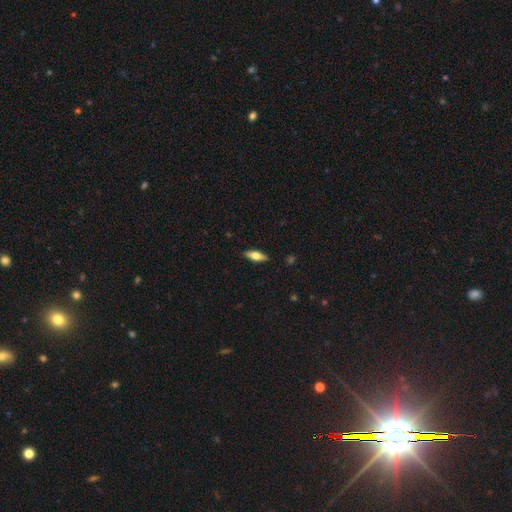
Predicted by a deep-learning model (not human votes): The model was most divided on "smooth or featured": smooth: 60%, featured or disk: 34%, star or artifact: 6%. More confident: merging — none (89%); how rounded — in between (65%).